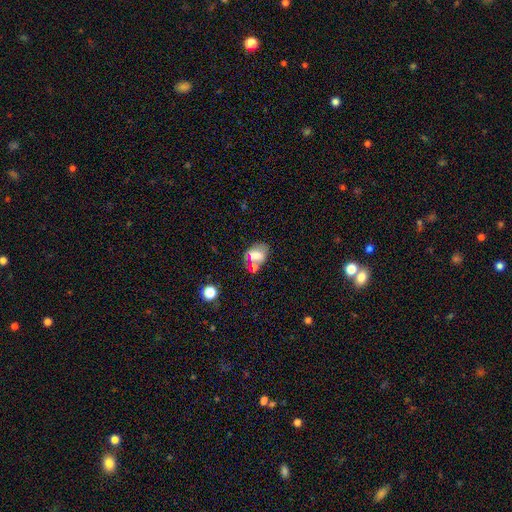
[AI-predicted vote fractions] Q: Smooth or featured?
A: smooth (59%); runner-up: featured or disk (28%)
Q: How rounded?
A: in between (71%); runner-up: round (27%)
Q: Merging?
A: none (48%); runner-up: merger (23%)